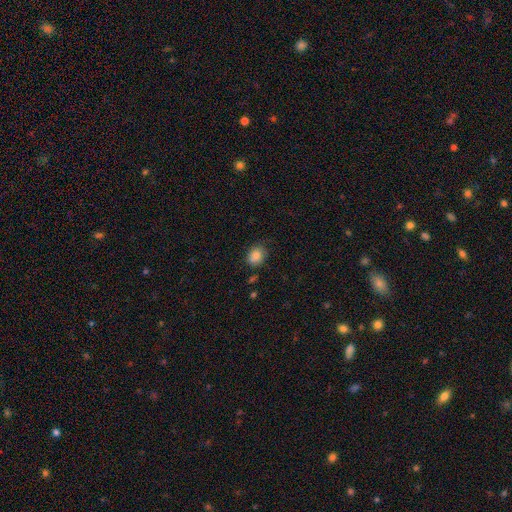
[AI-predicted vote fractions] This is clearly a smooth galaxy (84%). How rounded: possibly round (55%). Merging: likely none (75%).